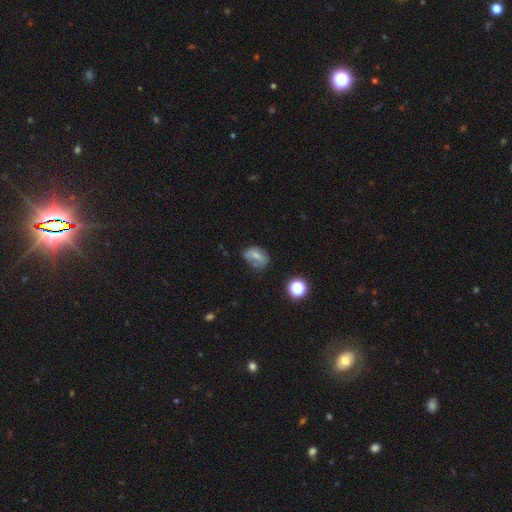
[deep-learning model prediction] Smooth or featured?
  - smooth: 61% *
  - featured or disk: 25%
  - star or artifact: 14%
How rounded?
  - in between: 68% *
  - round: 30%
  - cigar-shaped: 2%
Merging?
  - none: 44% *
  - minor disturbance: 32%
  - major disturbance: 17%
  - merger: 7%